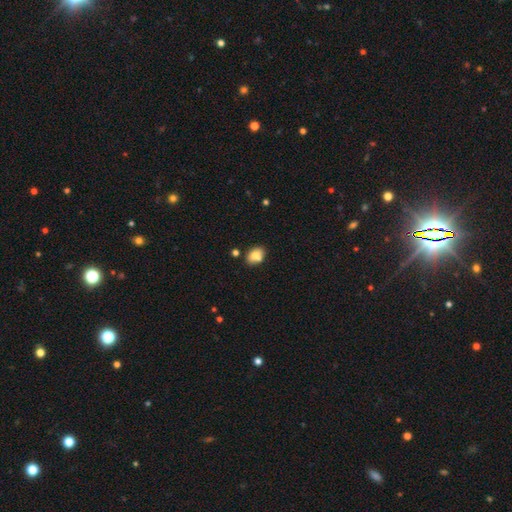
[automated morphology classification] Smooth or featured? Predicted: smooth (p=0.78). How rounded? Predicted: in between (p=0.73). Merging? Predicted: none (p=0.62).